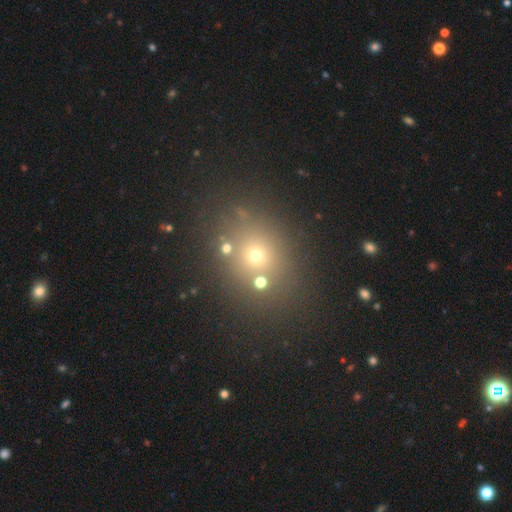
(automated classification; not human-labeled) This appears to be a smooth galaxy with no disk features (62%) that is round (69%). Merging: none (75%).